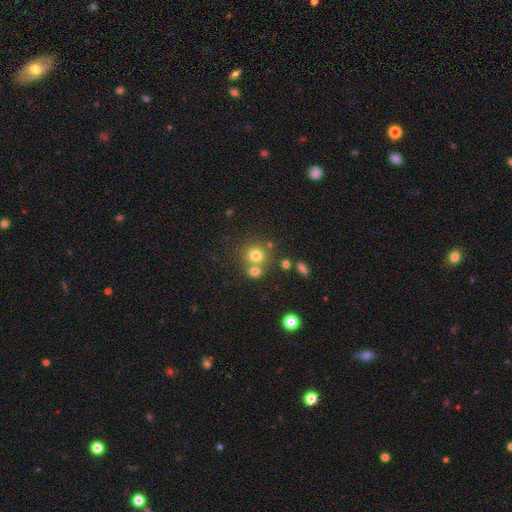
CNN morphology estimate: smooth_or_featured: smooth (p=0.75) [alt: star or artifact p=0.14]
how_rounded: round (p=0.88) [alt: in between p=0.11]
merging: none (p=0.58) [alt: merger p=0.30]